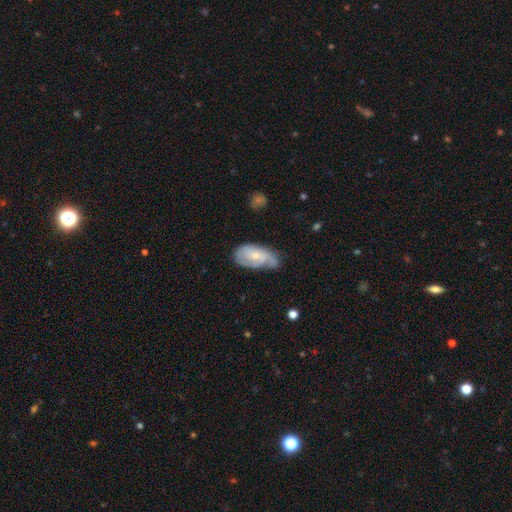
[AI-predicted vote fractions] Overall: featured or disk (60%; smooth 34%). Edge-on disk: no (94%). Bar: no (68%). Spiral arms: yes (85%). Bulge size: small (56%; moderate 37%). Merging: none (50%; minor disturbance 34%).